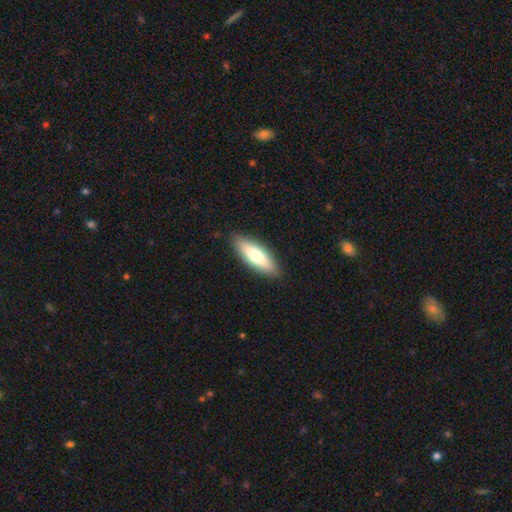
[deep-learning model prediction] smooth_or_featured: smooth (p=0.64) [alt: featured or disk p=0.30]
how_rounded: in between (p=0.52) [alt: cigar-shaped p=0.47]
merging: none (p=0.88) [alt: minor disturbance p=0.09]